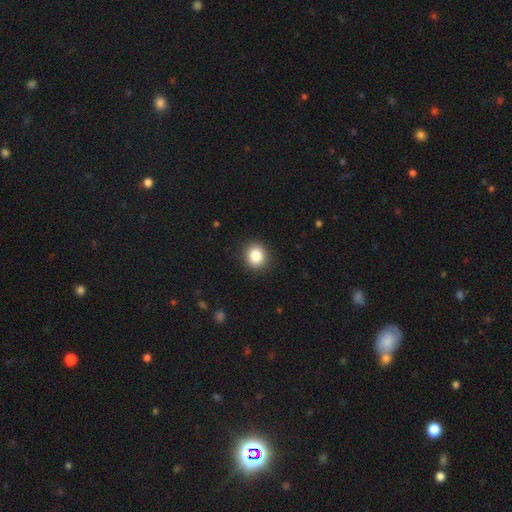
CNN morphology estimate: type=smooth (86%); roundness=round (76%); merging=none (90%).